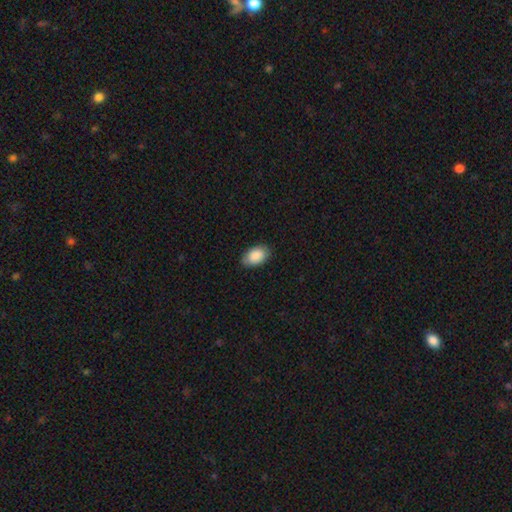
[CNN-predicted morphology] This is clearly a smooth galaxy (89%). How rounded: clearly in between (92%). Merging: clearly none (84%).